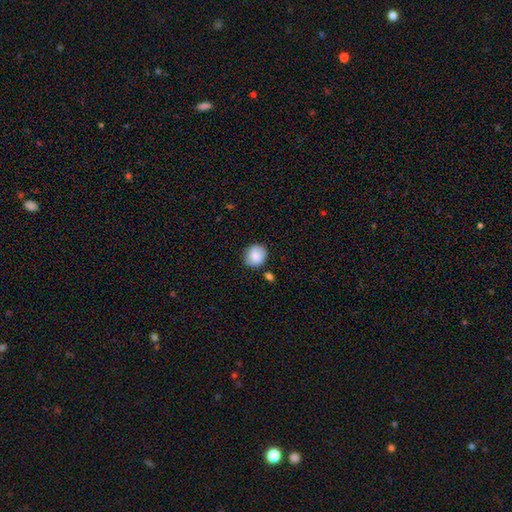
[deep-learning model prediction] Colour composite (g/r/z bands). It shows a smooth galaxy with no disk features (86%) that is round (82%). Merging: none (80%).